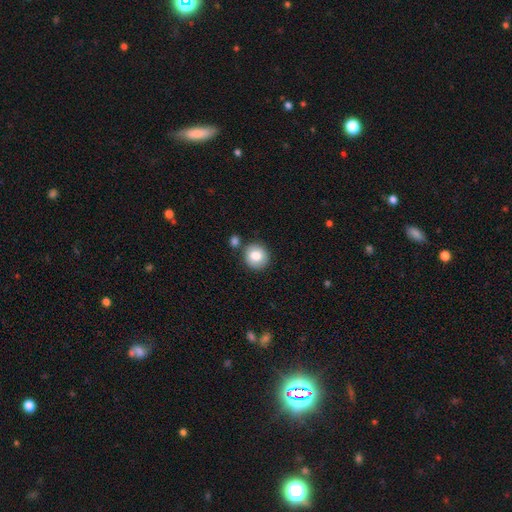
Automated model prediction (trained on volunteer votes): This is clearly a smooth galaxy (80%). How rounded: clearly round (90%). Merging: likely none (78%).